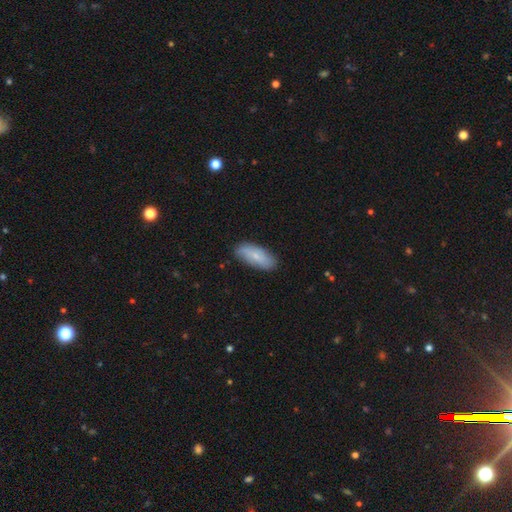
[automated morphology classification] Smooth or featured: smooth — 66% (featured or disk — 27%)
How rounded: in between — 82% (cigar-shaped — 15%)
Merging: none — 81% (minor disturbance — 15%)